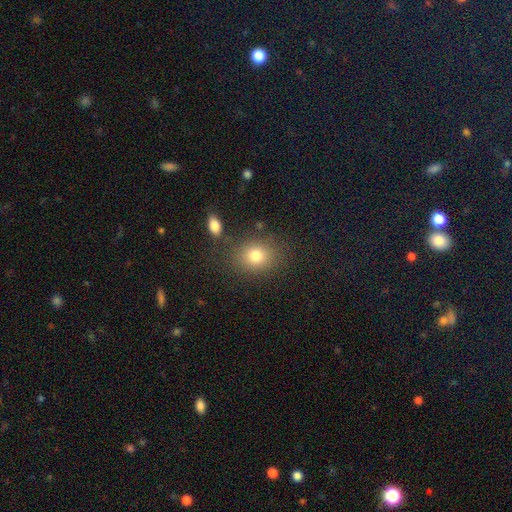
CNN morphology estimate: A smooth galaxy with no disk features (79%) that is round (55%).

Vote fractions:
- Smooth or featured? smooth: 79% / star or artifact: 12% / featured or disk: 9%
- How rounded? round: 55% / in between: 44% / cigar-shaped: 1%
- Merging? none: 79% / minor disturbance: 11% / merger: 5% / major disturbance: 4%